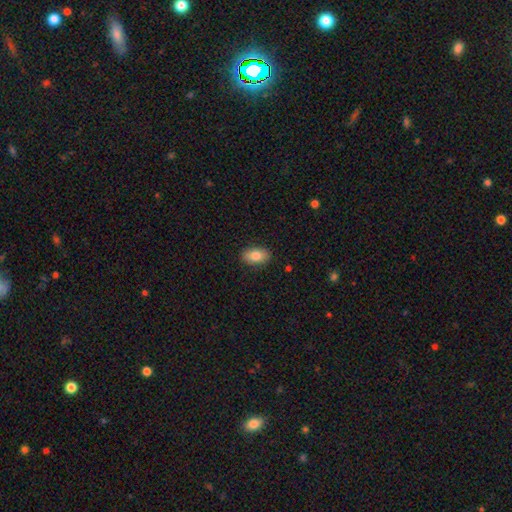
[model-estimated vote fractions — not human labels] Q: Smooth or featured?
A: smooth (82%); runner-up: featured or disk (10%)
Q: How rounded?
A: in between (91%); runner-up: round (7%)
Q: Merging?
A: none (89%); runner-up: minor disturbance (8%)